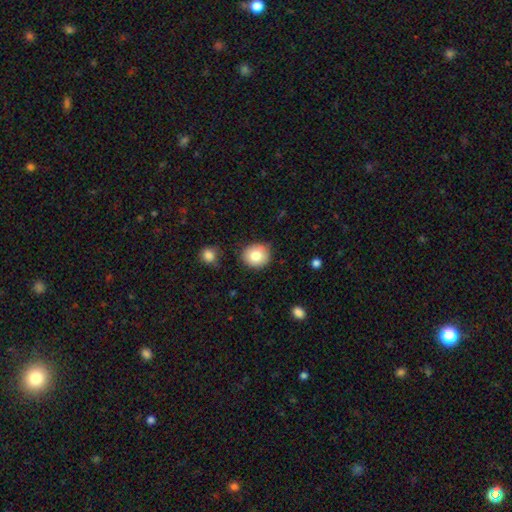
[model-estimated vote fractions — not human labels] Smooth or featured? smooth (81%)
How rounded? round (81%)
Merging? none (84%)